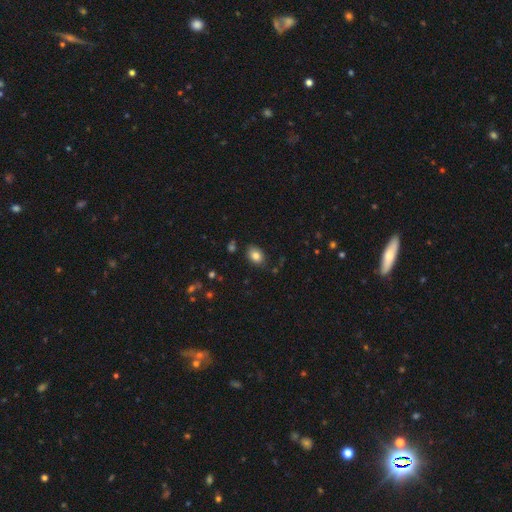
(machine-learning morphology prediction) Smooth or featured? smooth (83%)
How rounded? in between (78%)
Merging? none (83%)